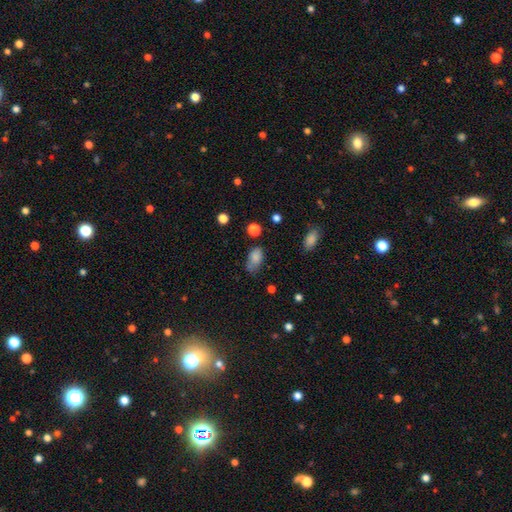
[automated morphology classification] Smooth or featured? Predicted: smooth (p=0.82). How rounded? Predicted: in between (p=0.91). Merging? Predicted: none (p=0.52).